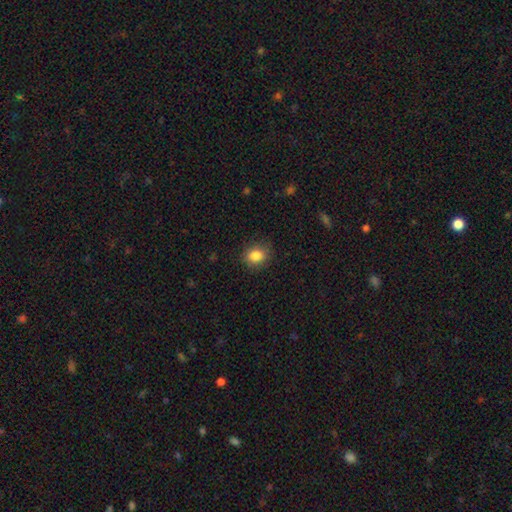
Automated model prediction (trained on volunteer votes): Smooth or featured?
  - smooth: 85% *
  - star or artifact: 10%
  - featured or disk: 5%
How rounded?
  - round: 60% *
  - in between: 39%
  - cigar-shaped: 1%
Merging?
  - none: 85% *
  - minor disturbance: 11%
  - major disturbance: 3%
  - merger: 1%